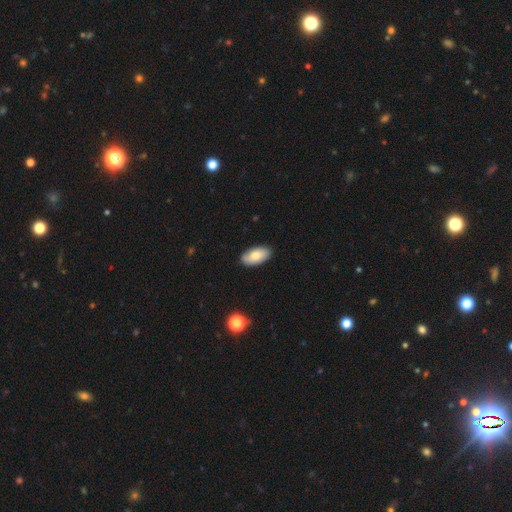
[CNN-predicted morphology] Smooth or featured? Predicted: smooth (p=0.79). How rounded? Predicted: in between (p=0.94). Merging? Predicted: none (p=0.86).